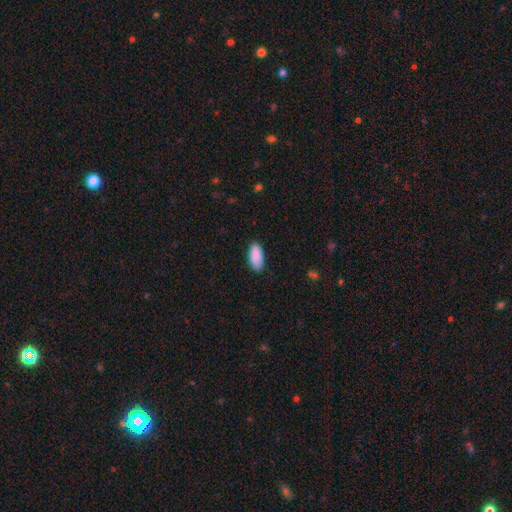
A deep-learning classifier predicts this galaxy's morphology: type=smooth (90%); roundness=in between (90%); merging=none (87%).